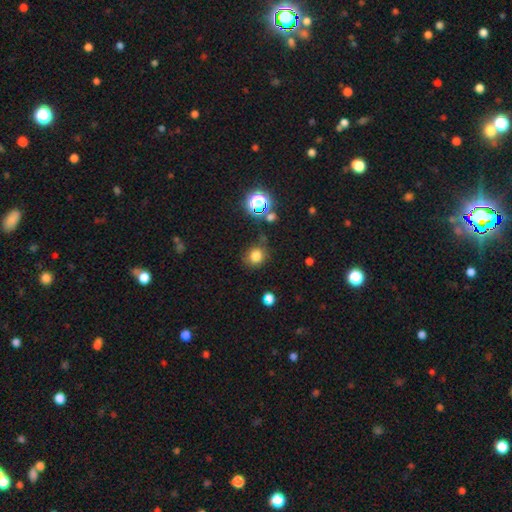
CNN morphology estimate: This appears to be a smooth galaxy with no disk features (77%) that is round (81%). Merging: none (74%).